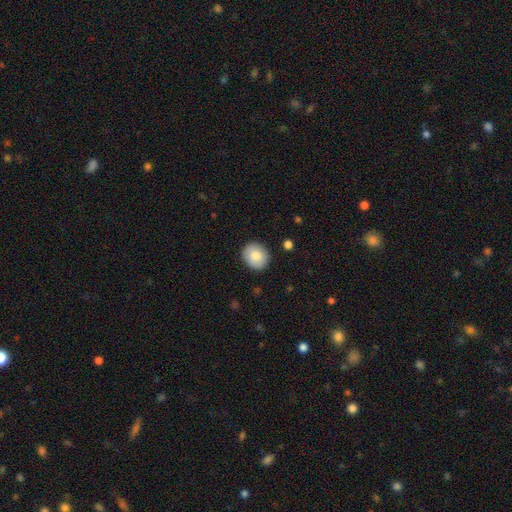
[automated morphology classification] This is clearly a smooth galaxy (81%). How rounded: likely round (74%). Merging: clearly none (89%).